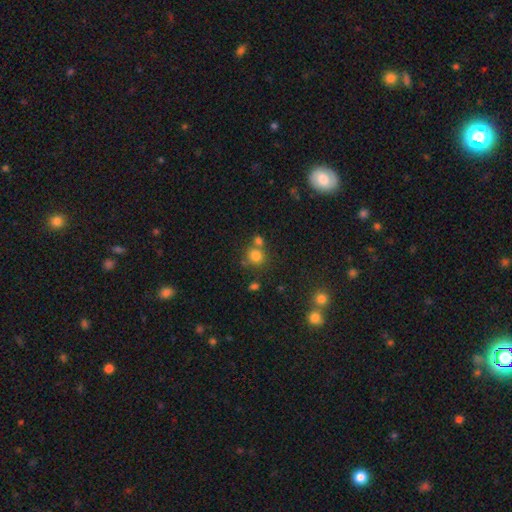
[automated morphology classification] A smooth galaxy with no disk features (79%) that is round (84%). Merging: none (60%).